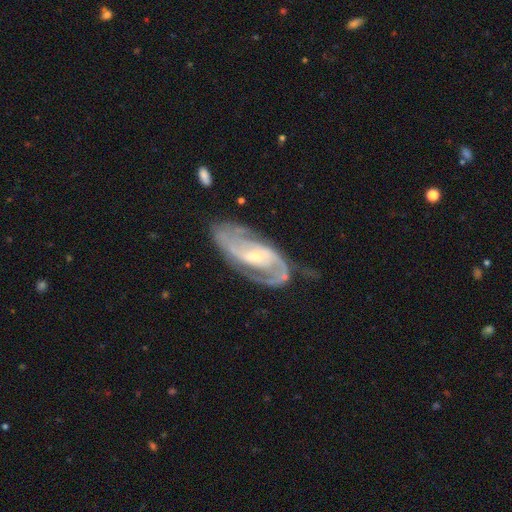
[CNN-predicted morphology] Overall: featured or disk (89%). Edge-on disk: no (95%). Bar: weak (44%; no 35%). Spiral arms: yes (97%). Spiral arm count: 2 (77%). Spiral winding: medium (50%; tight 34%). Bulge size: small (67%; moderate 27%). Merging: none (67%).